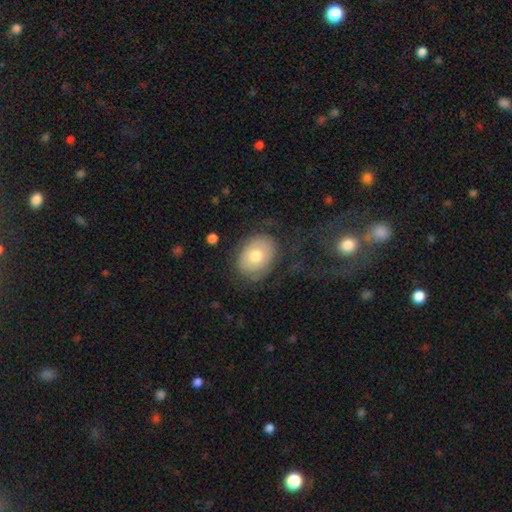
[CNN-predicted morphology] Smooth or featured? smooth (65%)
How rounded? in between (68%)
Merging? none (70%)